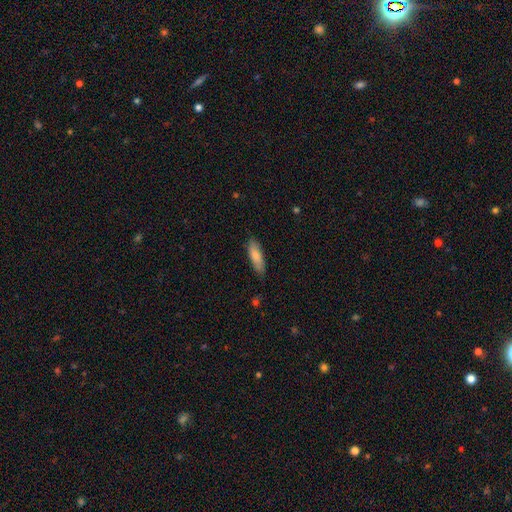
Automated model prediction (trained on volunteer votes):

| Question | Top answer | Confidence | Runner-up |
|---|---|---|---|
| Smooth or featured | smooth | 82% | featured or disk (13%) |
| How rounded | cigar-shaped | 50% | in between (48%) |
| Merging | none | 83% | minor disturbance (14%) |